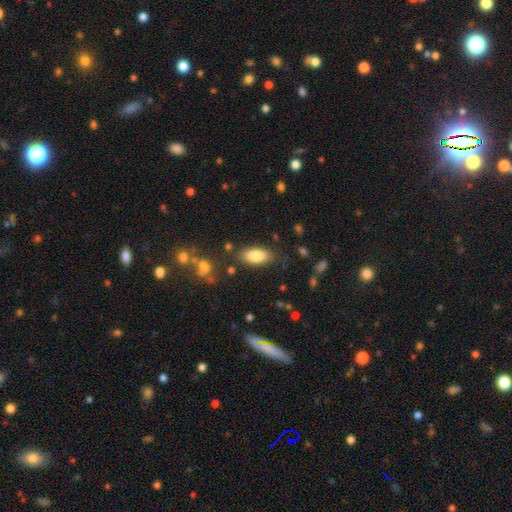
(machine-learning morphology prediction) Smooth or featured? smooth (84%)
How rounded? in between (86%)
Merging? none (82%)